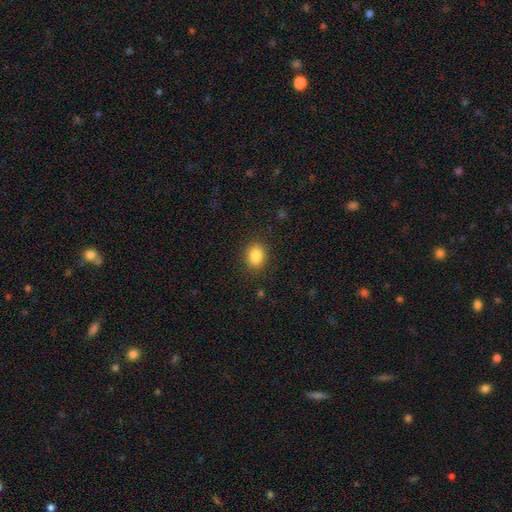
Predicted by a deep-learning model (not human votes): A smooth galaxy with no disk features (86%) that is round (51%). Merging: none (88%).